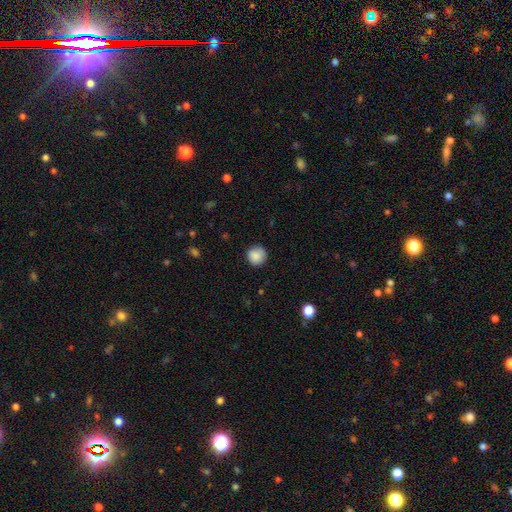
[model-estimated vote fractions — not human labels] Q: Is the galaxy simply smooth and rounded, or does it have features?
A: smooth — 87%.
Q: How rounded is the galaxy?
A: round — 93%.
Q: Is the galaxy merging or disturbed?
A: none — 86%.